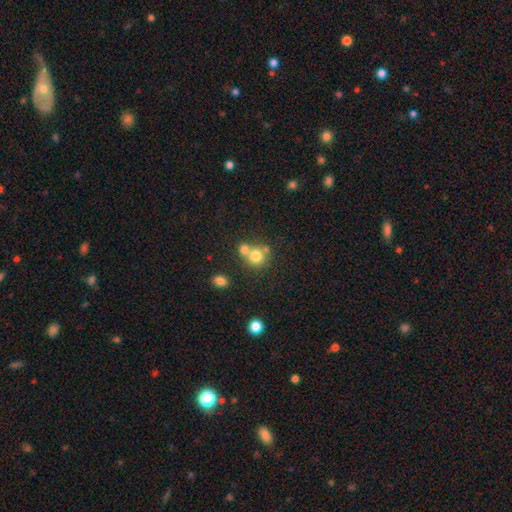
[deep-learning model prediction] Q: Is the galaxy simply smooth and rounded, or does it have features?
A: smooth — 75%.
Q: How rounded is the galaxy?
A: round — 85%.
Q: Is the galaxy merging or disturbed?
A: merger — 45%.